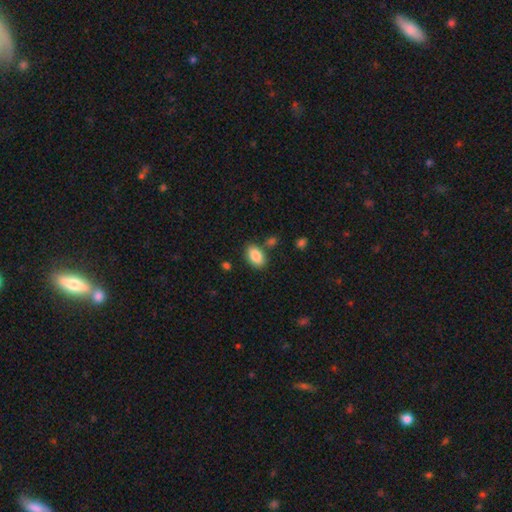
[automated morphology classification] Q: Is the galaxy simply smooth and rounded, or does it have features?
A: smooth — 87%.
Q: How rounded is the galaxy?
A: in between — 92%.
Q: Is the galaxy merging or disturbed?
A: none — 80%.